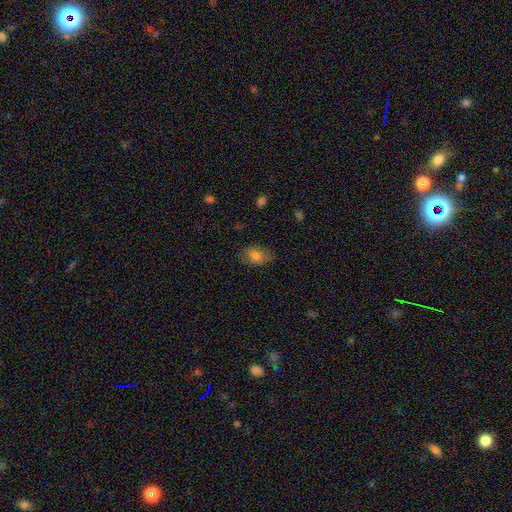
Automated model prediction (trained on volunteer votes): The model was most divided on "merging": none: 76%, minor disturbance: 18%, major disturbance: 5%, merger: 1%. More confident: how rounded — in between (84%); smooth or featured — smooth (79%).